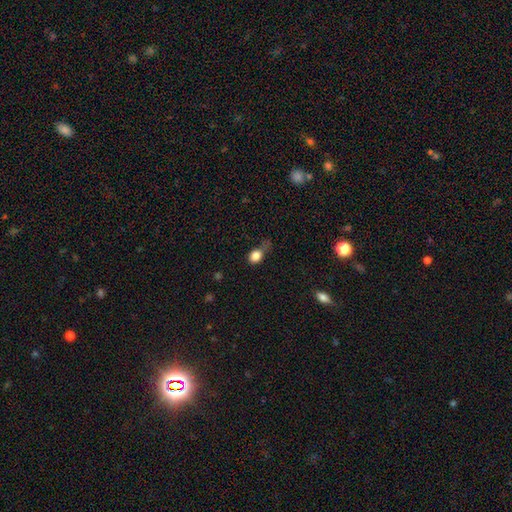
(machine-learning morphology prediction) smooth 83%, star or artifact 10%, featured or disk 7%. Down the decision tree: how rounded — round (51%); merging — none (39%).